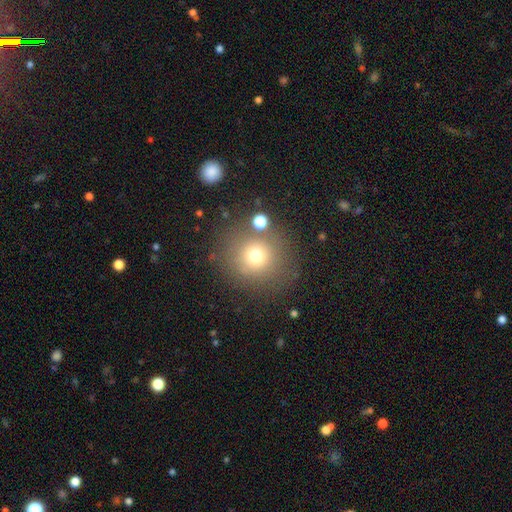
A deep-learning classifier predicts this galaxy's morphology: This is likely a smooth galaxy (70%). How rounded: clearly round (89%). Merging: likely none (77%).